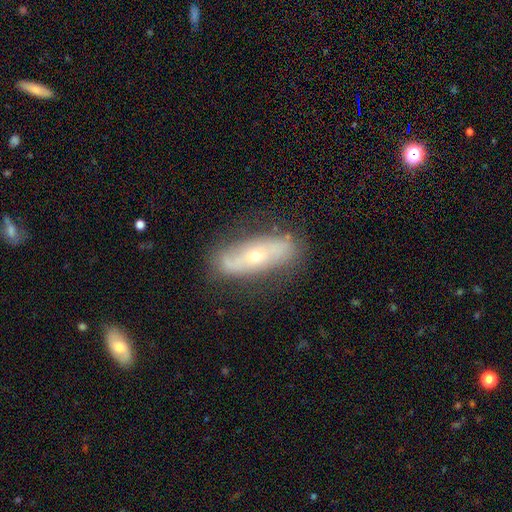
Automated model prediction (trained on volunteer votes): Q: Smooth or featured?
A: featured or disk (63%); runner-up: smooth (30%)
Q: Edge-on disk?
A: no (73%); runner-up: yes (27%)
Q: Merging?
A: none (74%); runner-up: minor disturbance (17%)